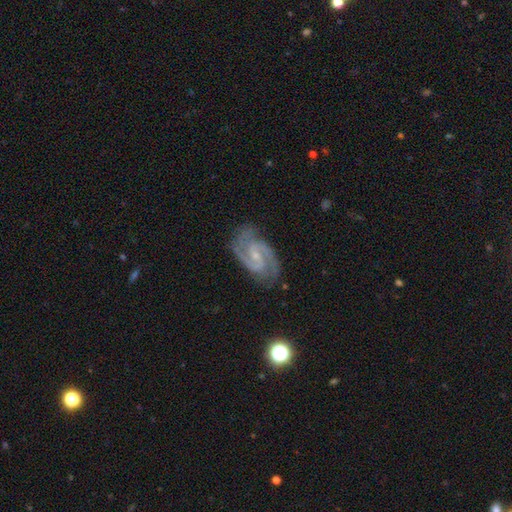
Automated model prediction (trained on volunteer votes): The model was most divided on "bar": weak: 52%, no: 31%, strong: 17%. More confident: spiral arms — yes (98%); edge-on disk — no (98%); smooth or featured — featured or disk (91%); spiral arm count — 2 (89%); merging — none (79%); bulge size — small (69%); spiral winding — medium (57%).